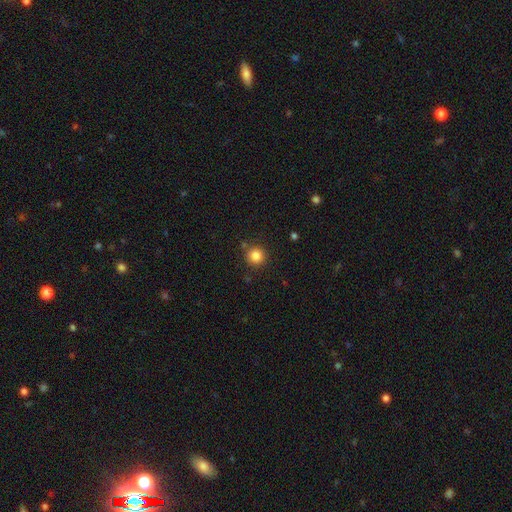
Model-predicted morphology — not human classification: smooth-or-featured: smooth: 84% | star or artifact: 11% | featured or disk: 5%
  how-rounded: round: 94% | in between: 5% | cigar-shaped: 1%
  merging: none: 87% | minor disturbance: 7% | merger: 4% | major disturbance: 2%